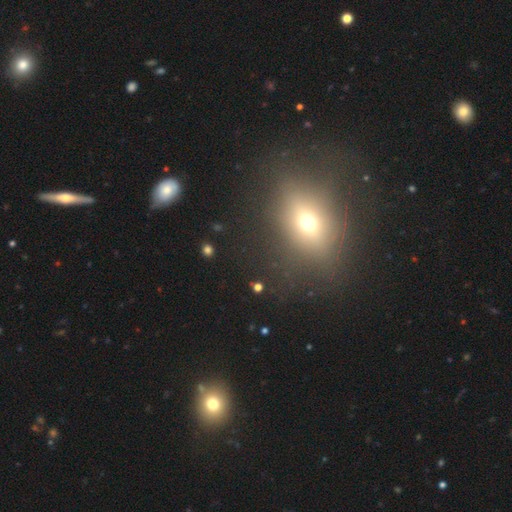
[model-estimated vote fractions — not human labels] Morphology: type=smooth (52%); roundness=in between (59%); merging=none (80%).